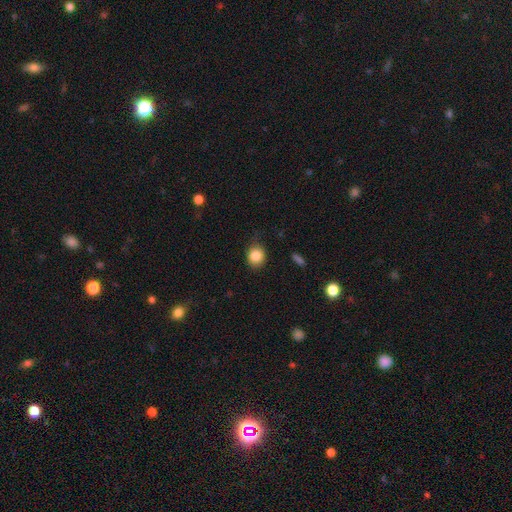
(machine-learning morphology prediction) A smooth galaxy with no disk features (85%) that is round (76%). Merging: none (75%).